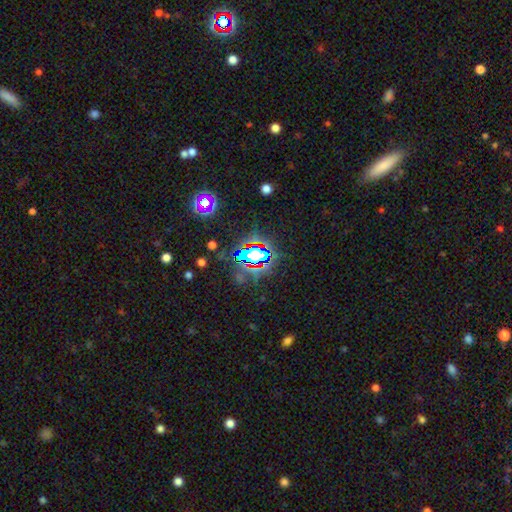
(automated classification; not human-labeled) Overall: star or artifact (67%).